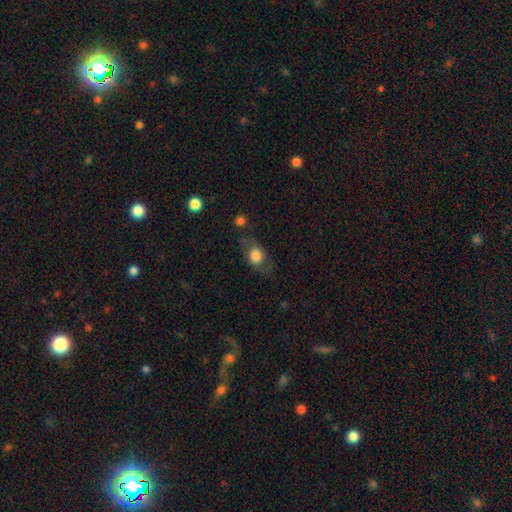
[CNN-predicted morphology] A smooth galaxy with no disk features (68%) that is in between round and cigar-shaped (67%). Merging: none (66%).